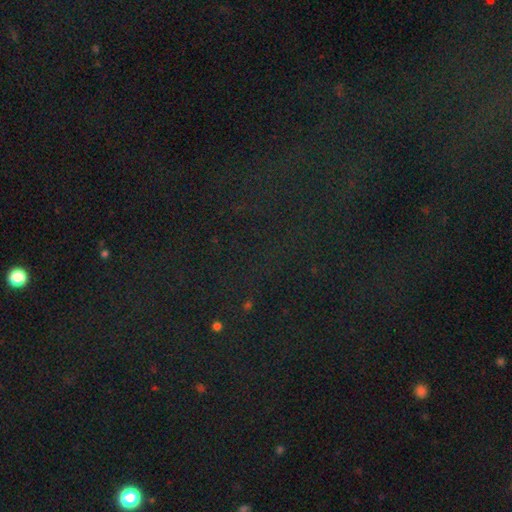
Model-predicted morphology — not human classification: This is clearly a star or artifact rather than a galaxy (82%).